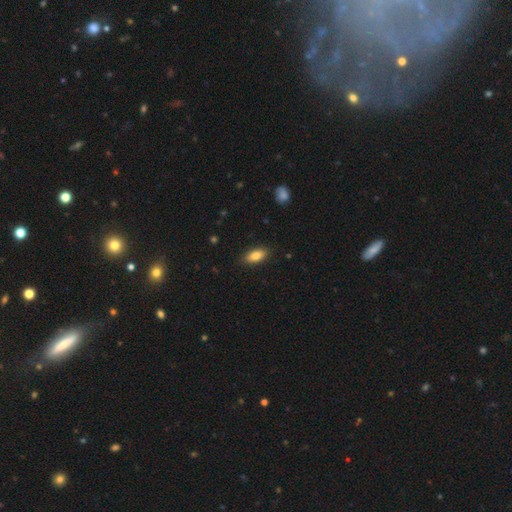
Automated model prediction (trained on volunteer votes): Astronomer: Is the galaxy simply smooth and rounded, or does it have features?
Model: smooth — 84%.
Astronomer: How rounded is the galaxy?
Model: in between — 86%.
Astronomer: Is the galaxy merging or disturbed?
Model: none — 87%.